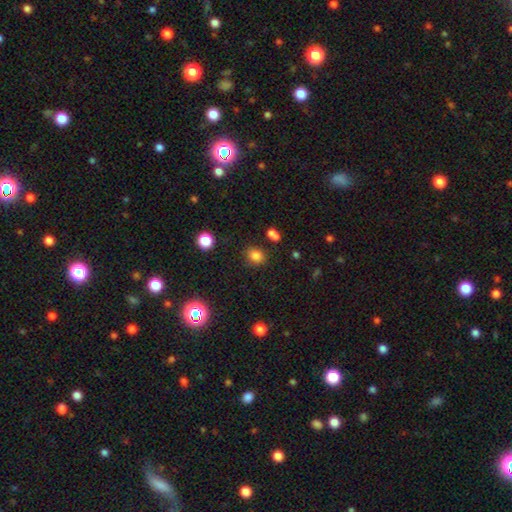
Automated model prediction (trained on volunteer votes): Smooth or featured? Predicted: smooth (p=0.80). How rounded? Predicted: round (p=0.67). Merging? Predicted: none (p=0.80).